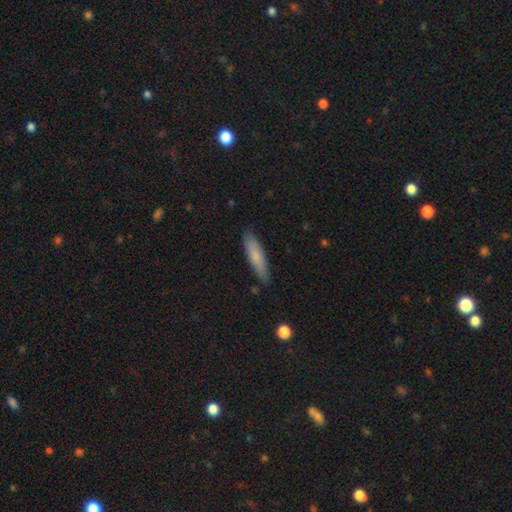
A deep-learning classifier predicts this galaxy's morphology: This appears to be a smooth galaxy with no disk features (76%) that is cigar-shaped (78%). Merging: none (86%).